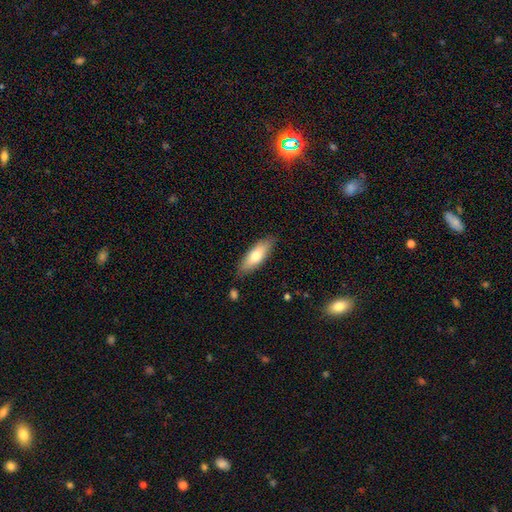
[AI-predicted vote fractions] Smooth or featured? smooth (71%)
How rounded? in between (58%)
Merging? none (83%)